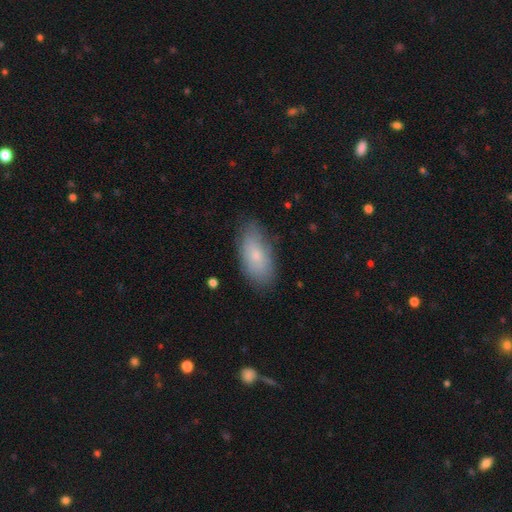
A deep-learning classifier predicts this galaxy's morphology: A smooth galaxy with no disk features (73%) that is in between round and cigar-shaped (91%).

Vote fractions:
- Smooth or featured? smooth: 73% / featured or disk: 20% / star or artifact: 7%
- How rounded? in between: 91% / cigar-shaped: 6% / round: 3%
- Merging? none: 77% / minor disturbance: 17% / major disturbance: 4% / merger: 1%